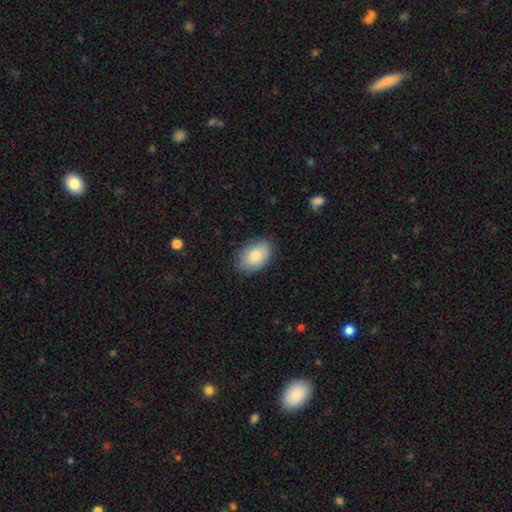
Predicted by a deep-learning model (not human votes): Smooth or featured? smooth (85%)
How rounded? in between (90%)
Merging? none (83%)